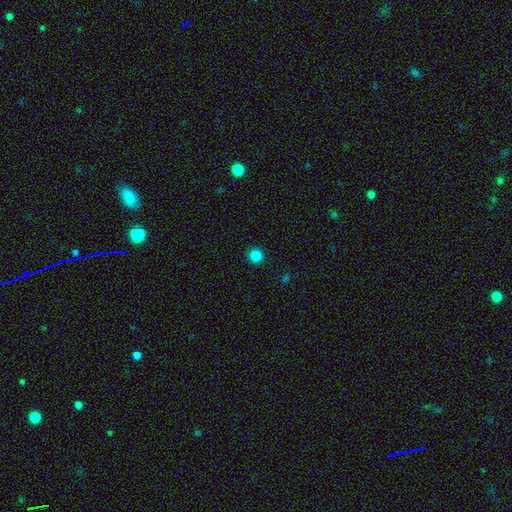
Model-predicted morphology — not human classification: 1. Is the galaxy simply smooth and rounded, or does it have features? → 85% smooth, 12% star or artifact, 3% featured or disk.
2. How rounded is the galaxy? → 94% round, 5% in between, 1% cigar-shaped.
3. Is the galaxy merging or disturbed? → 93% none, 5% minor disturbance, 2% major disturbance, 1% merger.